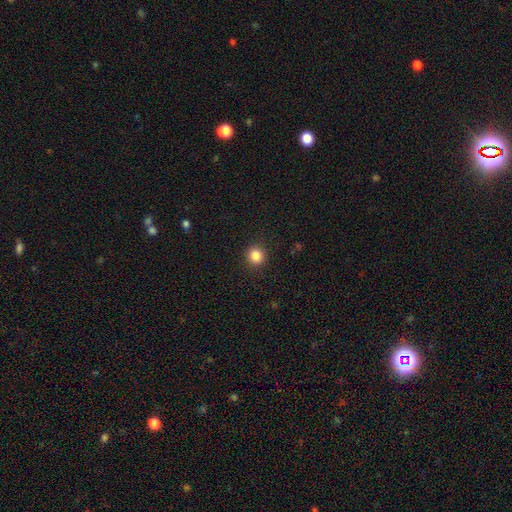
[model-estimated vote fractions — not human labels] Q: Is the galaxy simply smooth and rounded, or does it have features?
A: smooth — 85%.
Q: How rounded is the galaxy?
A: round — 89%.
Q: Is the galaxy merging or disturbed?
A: none — 91%.